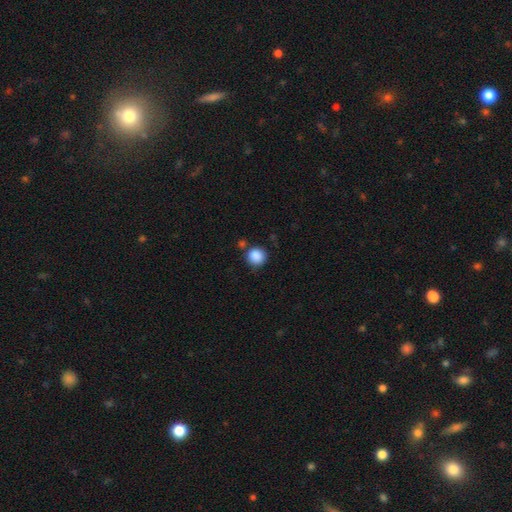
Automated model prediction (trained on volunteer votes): Overall: smooth (88%). How rounded: round (91%). Merging: none (78%).